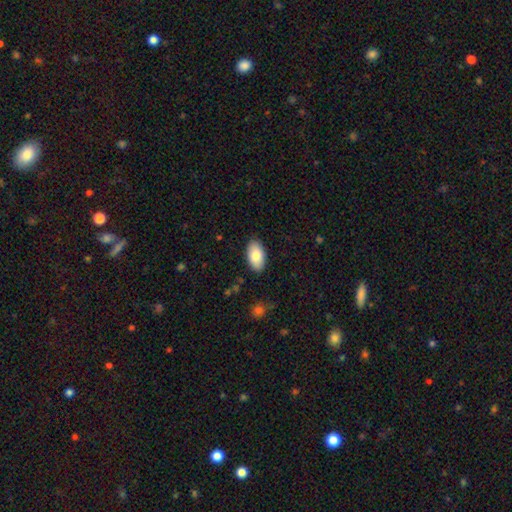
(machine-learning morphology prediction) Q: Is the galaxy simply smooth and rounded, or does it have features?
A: smooth — 83%.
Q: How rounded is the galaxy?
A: in between — 95%.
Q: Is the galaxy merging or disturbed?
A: none — 87%.